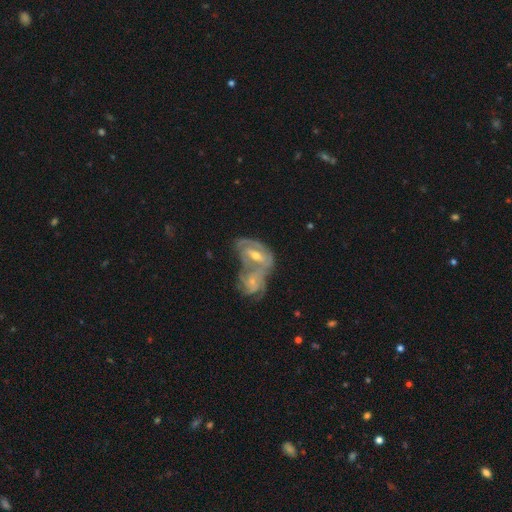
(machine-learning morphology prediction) featured or disk 82%, smooth 13%, star or artifact 6%. Down the decision tree: edge-on disk — no (94%); bar — weak (44%); spiral arms — yes (92%); spiral arm count — 2 (37%); spiral winding — tight (58%); bulge size — moderate (54%); merging — merger (71%).